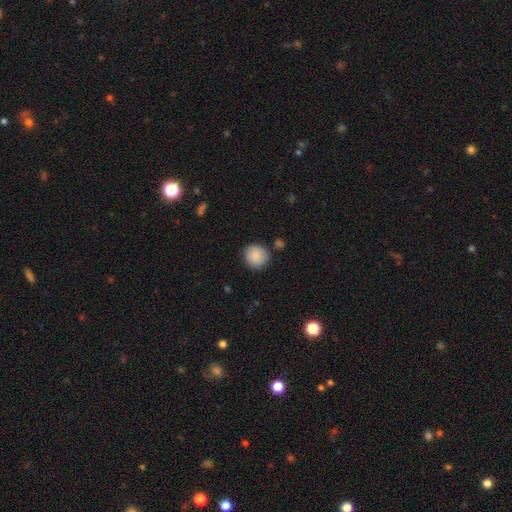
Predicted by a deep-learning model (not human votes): A smooth galaxy with no disk features (88%) that is round (89%).

Vote fractions:
- Smooth or featured? smooth: 88% / star or artifact: 7% / featured or disk: 5%
- How rounded? round: 89% / in between: 10% / cigar-shaped: 1%
- Merging? none: 83% / minor disturbance: 11% / merger: 3% / major disturbance: 3%